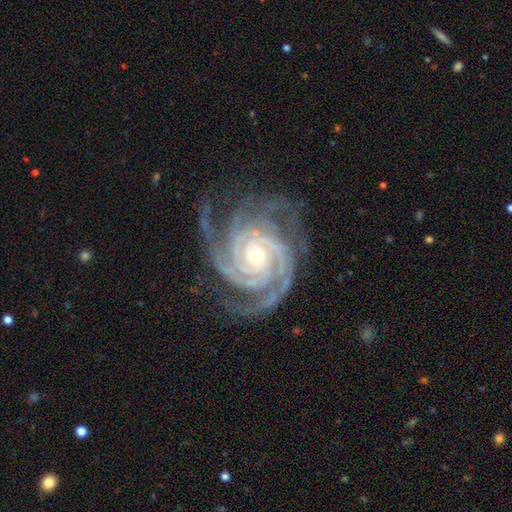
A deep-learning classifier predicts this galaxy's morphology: Smooth or featured? Predicted: featured or disk (p=0.94). Edge-on disk? Predicted: no (p=0.98). Bar? Predicted: no (p=0.71). Spiral arms? Predicted: yes (p=0.99). Spiral winding? Predicted: tight (p=0.77). Spiral arm count? Predicted: 3 (p=0.34). Bulge size? Predicted: small (p=0.61). Merging? Predicted: none (p=0.73).